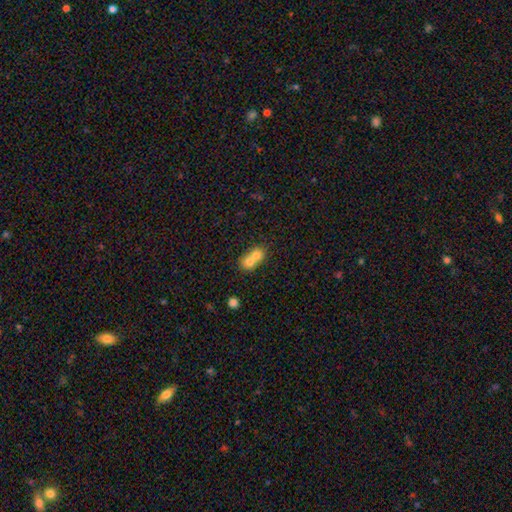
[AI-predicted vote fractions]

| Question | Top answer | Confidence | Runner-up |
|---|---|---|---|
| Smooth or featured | smooth | 71% | featured or disk (19%) |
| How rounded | round | 67% | in between (32%) |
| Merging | merger | 73% | none (21%) |